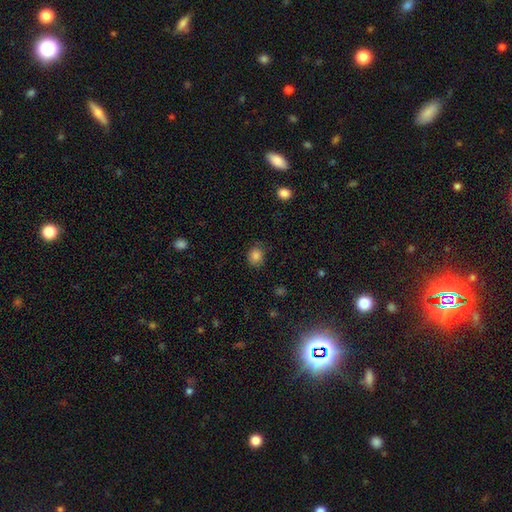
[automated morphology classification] smooth-or-featured: smooth: 85% | star or artifact: 11% | featured or disk: 4%
  how-rounded: round: 72% | in between: 27% | cigar-shaped: 1%
  merging: none: 78% | minor disturbance: 16% | major disturbance: 4% | merger: 1%